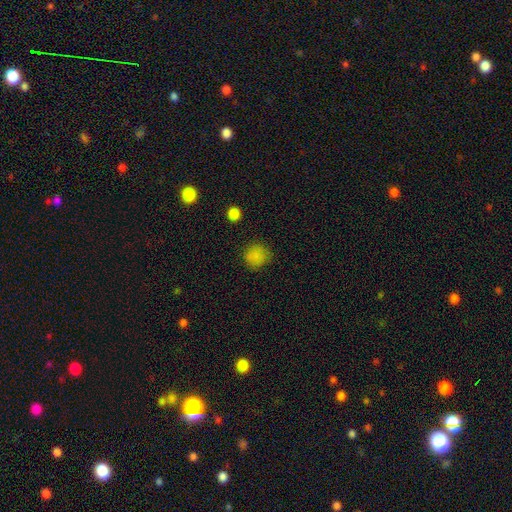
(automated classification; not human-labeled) smooth-or-featured: smooth: 82% | star or artifact: 13% | featured or disk: 4%
  how-rounded: round: 90% | in between: 9% | cigar-shaped: 1%
  merging: none: 82% | minor disturbance: 13% | major disturbance: 4% | merger: 2%